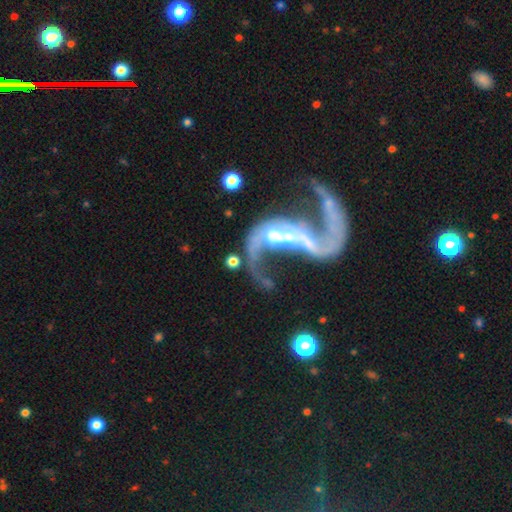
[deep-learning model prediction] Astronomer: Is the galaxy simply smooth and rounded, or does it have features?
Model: featured or disk — 87%.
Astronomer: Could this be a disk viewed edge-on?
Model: no — 96%.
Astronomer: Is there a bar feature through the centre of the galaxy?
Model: strong — 34% (runner-up: no, 33%).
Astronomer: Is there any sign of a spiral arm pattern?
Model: yes — 89%.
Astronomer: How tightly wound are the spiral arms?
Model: loose — 82%.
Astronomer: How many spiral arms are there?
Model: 2 — 85%.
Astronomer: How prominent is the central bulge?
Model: small — 43% (runner-up: moderate, 38%).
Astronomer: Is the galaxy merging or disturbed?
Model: merger — 40% (runner-up: major disturbance, 25%).